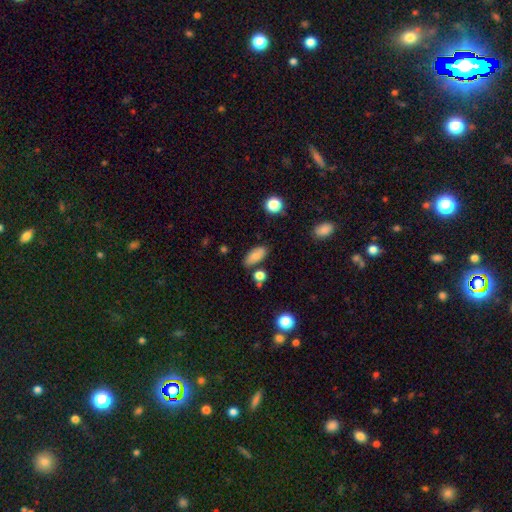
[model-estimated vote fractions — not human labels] A smooth galaxy with no disk features (78%) that is in between round and cigar-shaped (86%).

Vote fractions:
- Smooth or featured? smooth: 78% / featured or disk: 13% / star or artifact: 9%
- How rounded? in between: 86% / cigar-shaped: 9% / round: 5%
- Merging? none: 75% / minor disturbance: 15% / merger: 6% / major disturbance: 4%